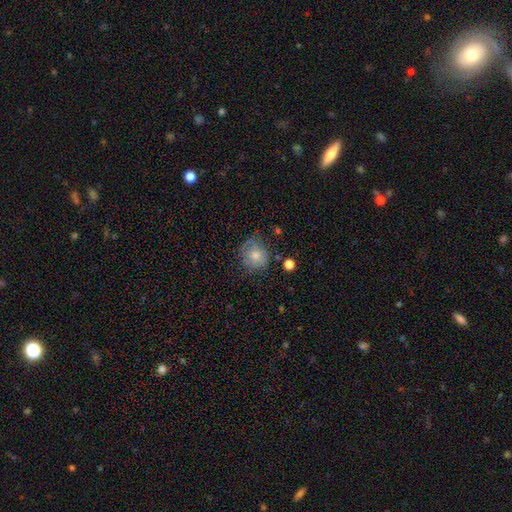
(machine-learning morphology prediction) Smooth or featured?
  - smooth: 71% *
  - featured or disk: 20%
  - star or artifact: 9%
How rounded?
  - round: 77% *
  - in between: 22%
  - cigar-shaped: 1%
Merging?
  - none: 58% *
  - minor disturbance: 28%
  - major disturbance: 11%
  - merger: 3%